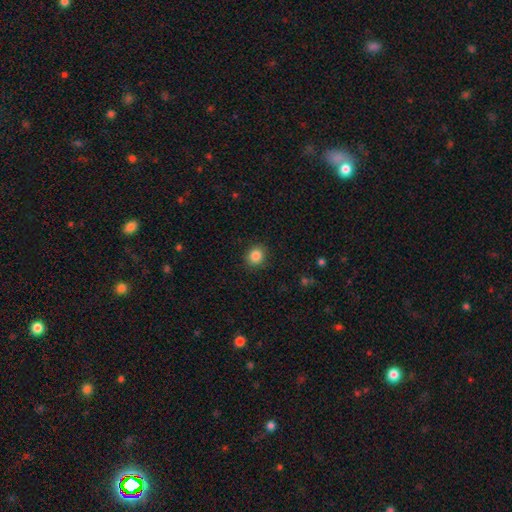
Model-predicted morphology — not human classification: Smooth or featured: smooth — 86% (star or artifact — 10%)
How rounded: round — 73% (in between — 26%)
Merging: none — 89% (minor disturbance — 8%)